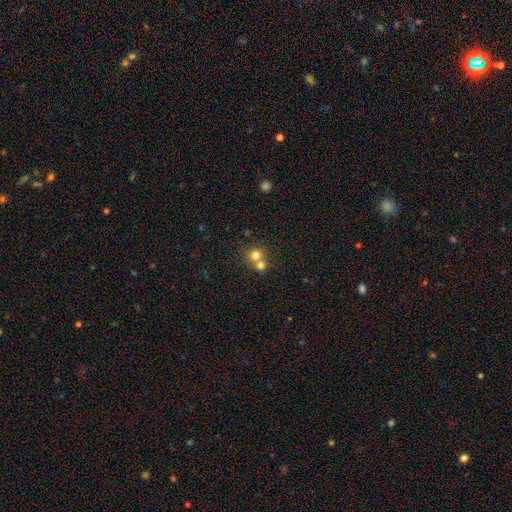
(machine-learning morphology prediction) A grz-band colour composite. It shows a smooth galaxy with no disk features (74%) that is round (86%). Merging: merger (55%).